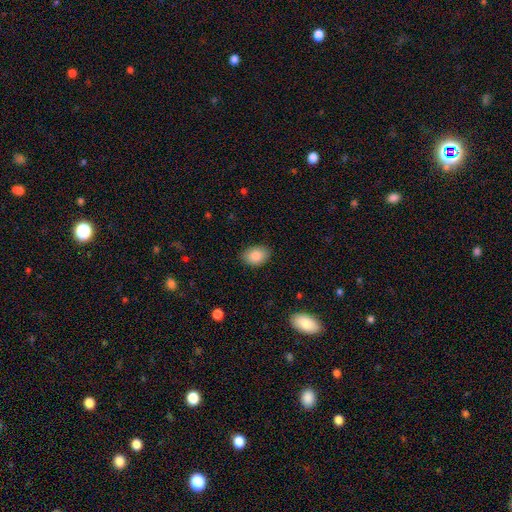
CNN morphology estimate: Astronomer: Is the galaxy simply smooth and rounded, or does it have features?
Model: smooth — 87%.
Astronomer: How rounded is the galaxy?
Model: in between — 80%.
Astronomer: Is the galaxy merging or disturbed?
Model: none — 87%.